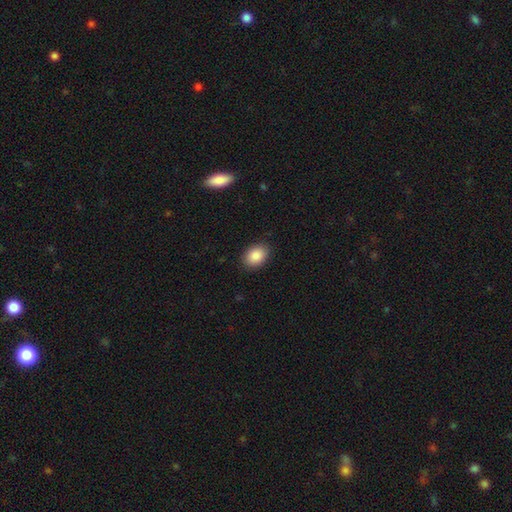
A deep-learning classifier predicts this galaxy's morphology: smooth_or_featured: smooth (p=0.87) [alt: star or artifact p=0.08]
how_rounded: in between (p=0.74) [alt: round p=0.25]
merging: none (p=0.88) [alt: minor disturbance p=0.08]